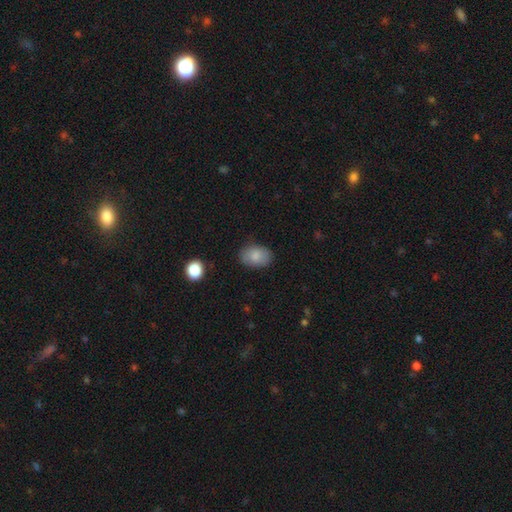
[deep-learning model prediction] smooth-or-featured: smooth: 83% | featured or disk: 9% | star or artifact: 8%
  how-rounded: in between: 81% | round: 18% | cigar-shaped: 1%
  merging: none: 82% | minor disturbance: 13% | major disturbance: 3% | merger: 1%